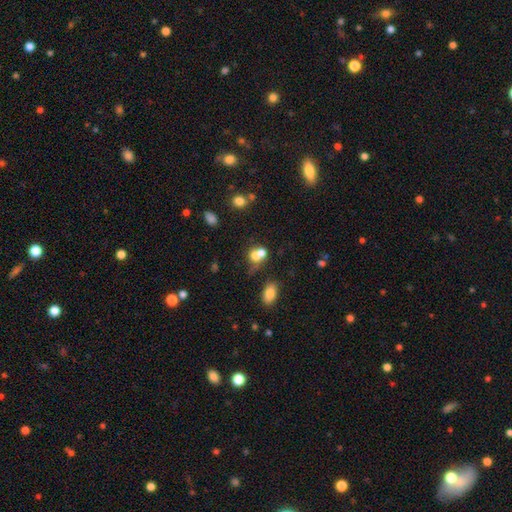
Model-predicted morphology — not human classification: This is likely a smooth galaxy (71%). How rounded: likely round (65%). Merging: possibly merger (57%).